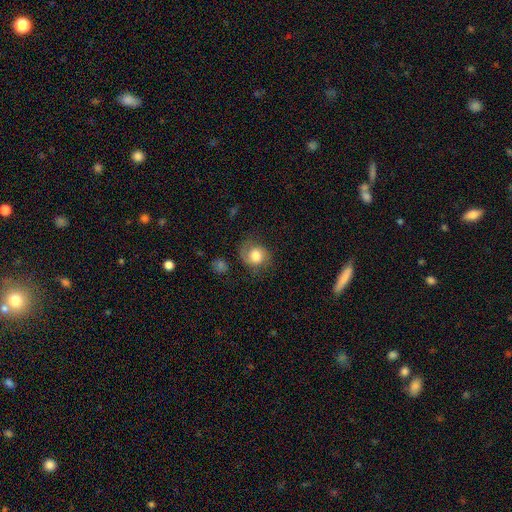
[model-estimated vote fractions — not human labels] The model was most divided on "merging": none: 63%, minor disturbance: 23%, major disturbance: 12%, merger: 2%. More confident: how rounded — round (69%); smooth or featured — smooth (67%).